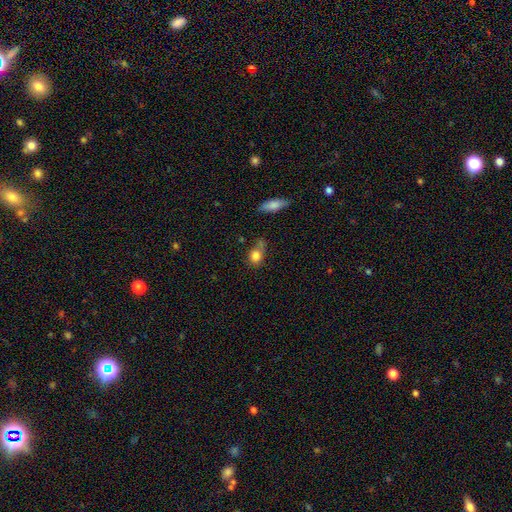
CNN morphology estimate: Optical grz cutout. It shows a smooth galaxy with no disk features (82%) that is round (59%). Merging: none (46%).